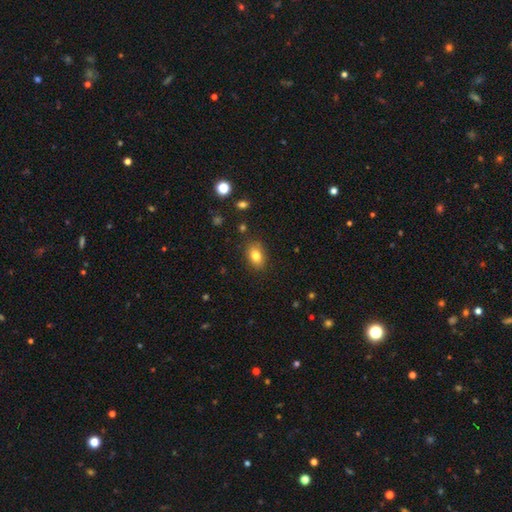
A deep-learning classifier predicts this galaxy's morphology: Smooth or featured? smooth (81%)
How rounded? in between (78%)
Merging? none (85%)